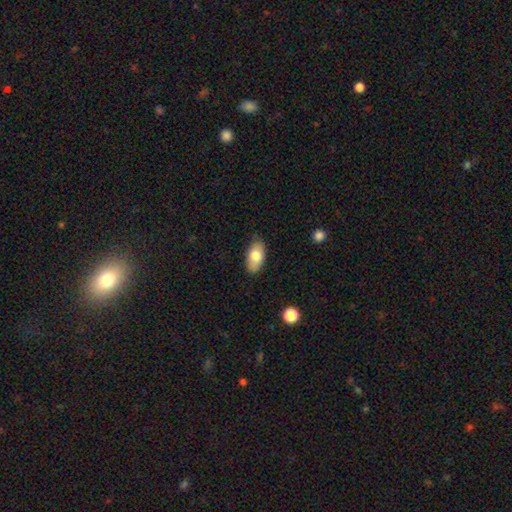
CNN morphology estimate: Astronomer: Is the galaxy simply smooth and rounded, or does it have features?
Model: smooth — 75%.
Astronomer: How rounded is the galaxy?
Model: in between — 92%.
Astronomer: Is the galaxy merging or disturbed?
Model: none — 84%.